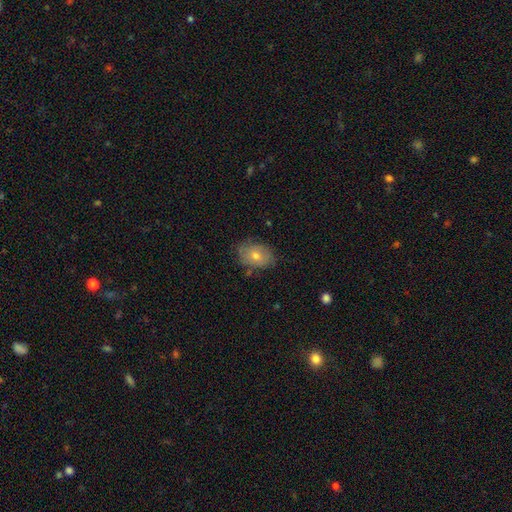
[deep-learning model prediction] A smooth galaxy with no disk features (57%) that is in between round and cigar-shaped (74%).

Vote fractions:
- Smooth or featured? smooth: 57% / featured or disk: 32% / star or artifact: 11%
- How rounded? in between: 74% / round: 25% / cigar-shaped: 1%
- Merging? none: 77% / minor disturbance: 17% / major disturbance: 4% / merger: 2%